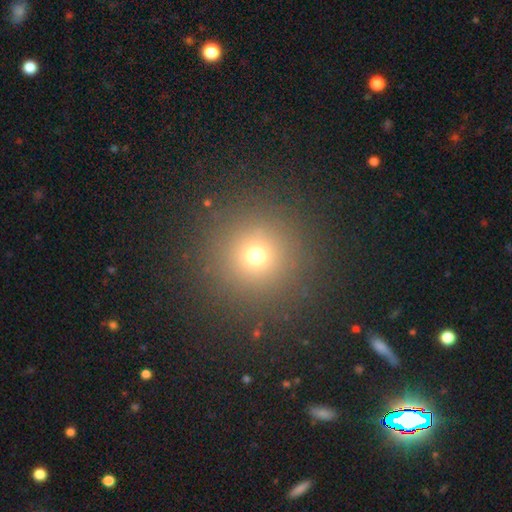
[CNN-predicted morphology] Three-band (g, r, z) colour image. It shows a smooth galaxy with no disk features (69%) that is round (95%). Merging: none (89%).